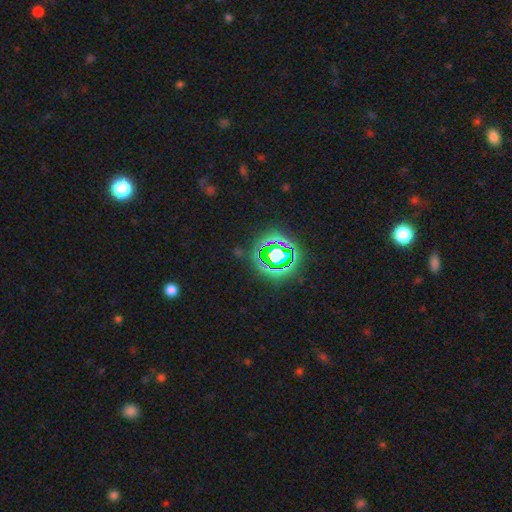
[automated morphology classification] This is likely a star or artifact rather than a galaxy (79%).